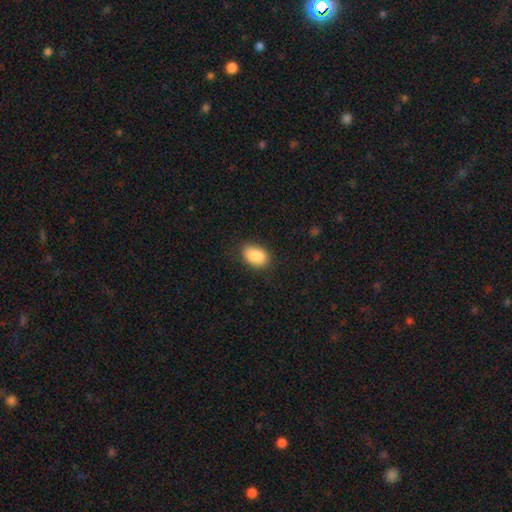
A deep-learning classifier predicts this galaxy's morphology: This appears to be a smooth galaxy with no disk features (87%) that is in between round and cigar-shaped (87%). Merging: none (75%).